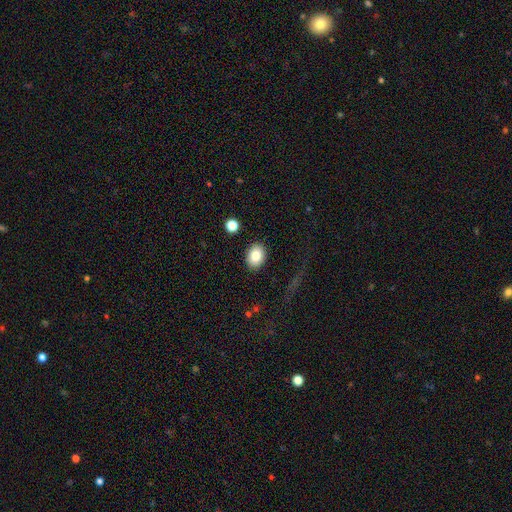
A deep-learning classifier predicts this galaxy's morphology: smooth-or-featured: smooth: 86% | star or artifact: 8% | featured or disk: 6%
  how-rounded: in between: 73% | round: 26% | cigar-shaped: 1%
  merging: none: 88% | minor disturbance: 8% | major disturbance: 3% | merger: 2%